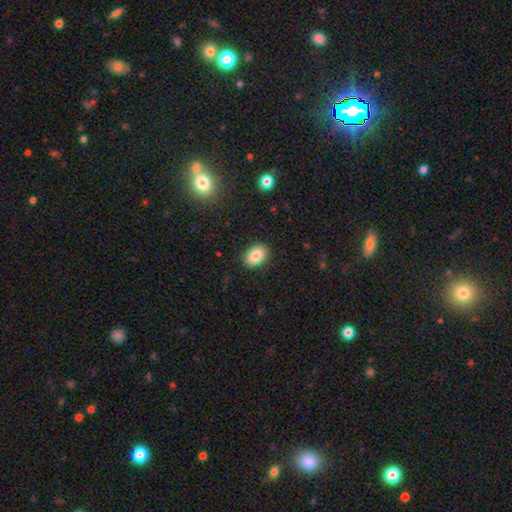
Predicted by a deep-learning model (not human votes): This is clearly a smooth galaxy (83%). How rounded: likely in between (79%). Merging: clearly none (88%).